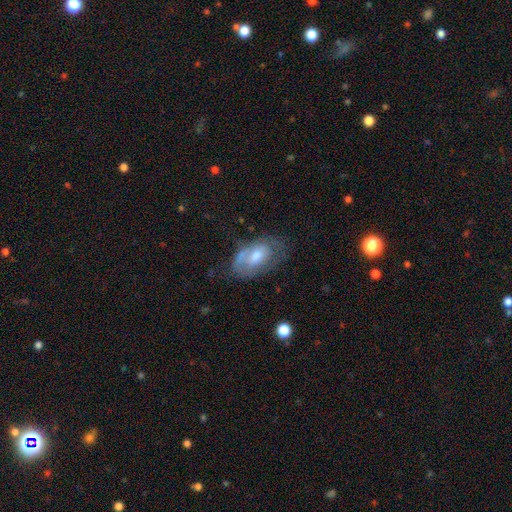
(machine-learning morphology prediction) smooth_or_featured: featured or disk (p=0.51) [alt: smooth p=0.41]
disk_edge_on: no (p=0.92) [alt: yes p=0.08]
merging: none (p=0.50) [alt: minor disturbance p=0.29]